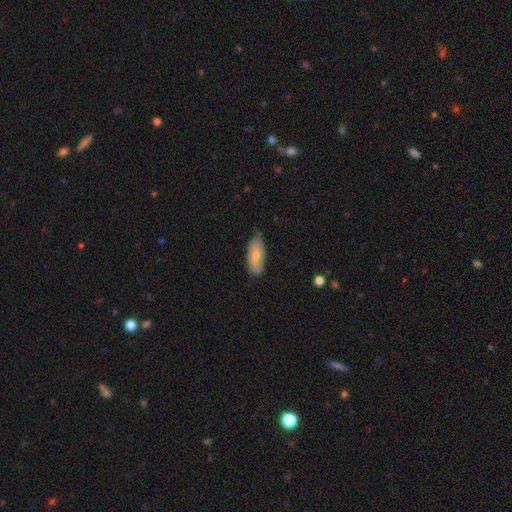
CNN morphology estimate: Smooth or featured?
  - smooth: 71% *
  - featured or disk: 24%
  - star or artifact: 6%
How rounded?
  - in between: 82% *
  - cigar-shaped: 16%
  - round: 2%
Merging?
  - none: 59% *
  - minor disturbance: 35%
  - major disturbance: 5%
  - merger: 2%